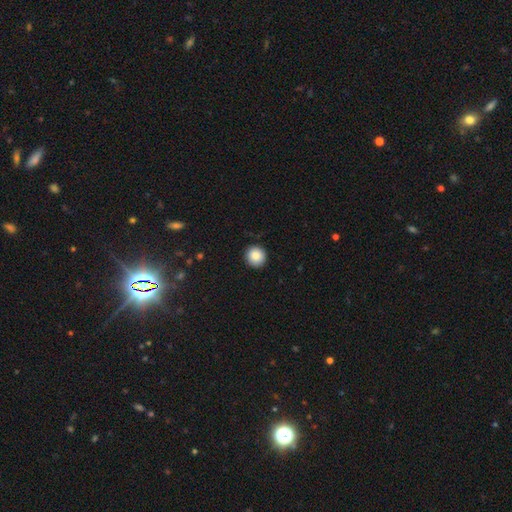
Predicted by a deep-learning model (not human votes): Smooth or featured? smooth (88%)
How rounded? round (94%)
Merging? none (91%)